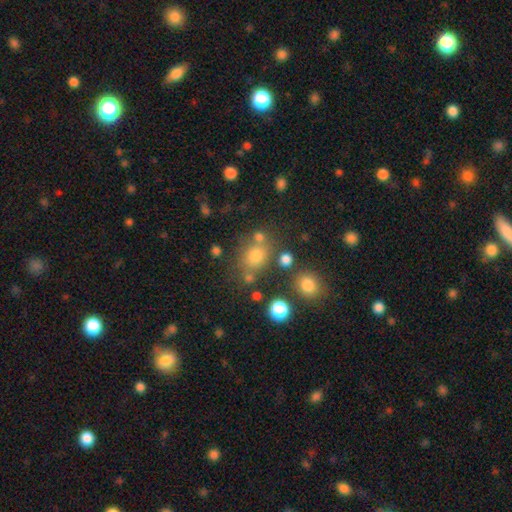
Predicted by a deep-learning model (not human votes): smooth 73%, star or artifact 18%, featured or disk 9%. Down the decision tree: how rounded — round (67%); merging — none (68%).